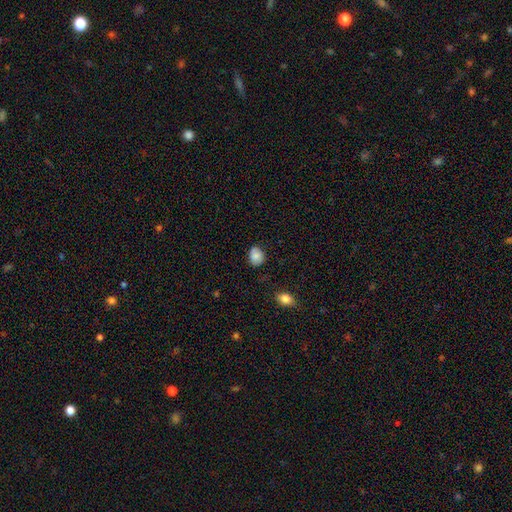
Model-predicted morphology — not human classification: Overall: smooth (85%). How rounded: in between (54%; round 45%). Merging: none (73%).